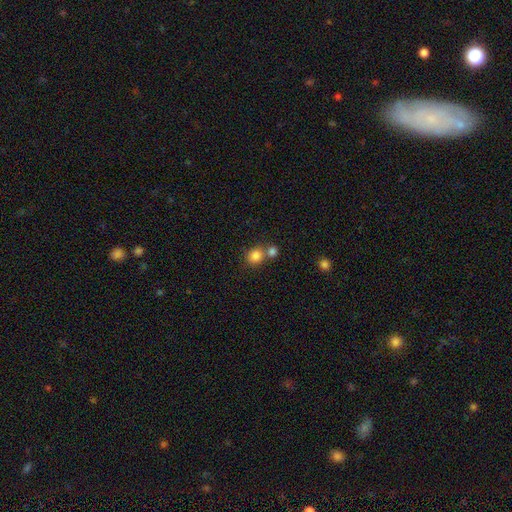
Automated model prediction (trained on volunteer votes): A smooth galaxy with no disk features (83%) that is round (84%). Merging: none (54%).